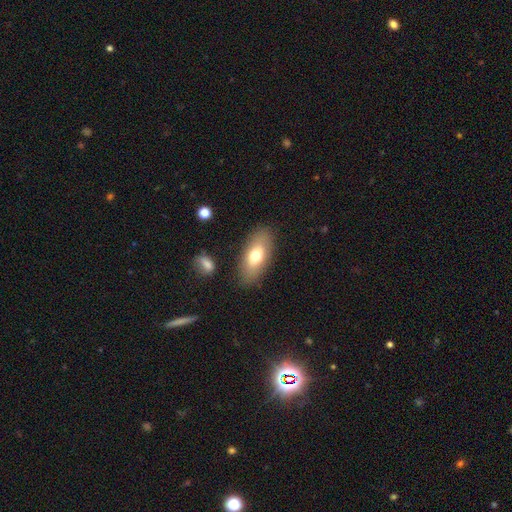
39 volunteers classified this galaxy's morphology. This appears to be a smooth galaxy with no disk features (74%) that is in between round and cigar-shaped (93%). Merging: none (89%).